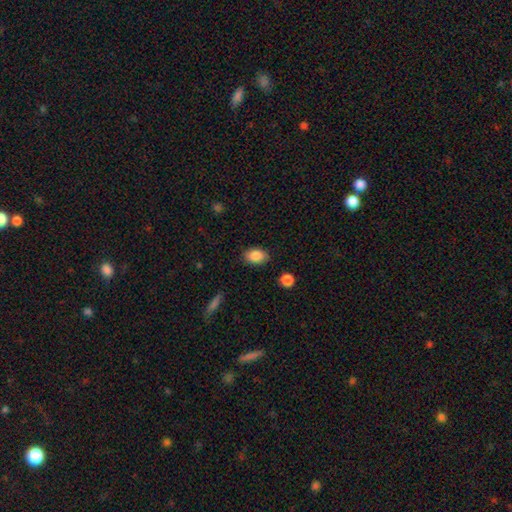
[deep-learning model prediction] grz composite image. It shows a smooth galaxy with no disk features (87%) that is in between round and cigar-shaped (86%). Merging: none (86%).